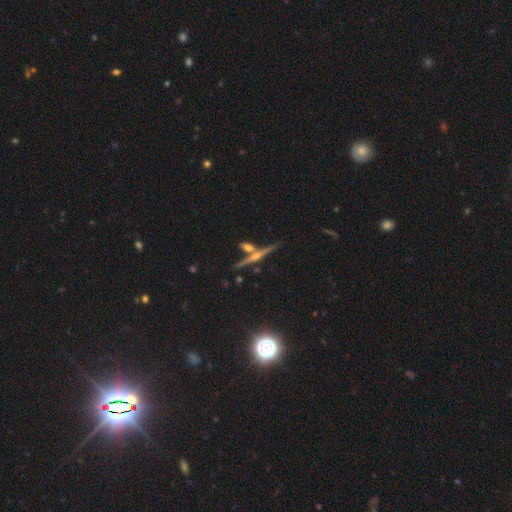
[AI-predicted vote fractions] Q: Smooth or featured?
A: featured or disk (77%); runner-up: smooth (13%)
Q: Edge-on disk?
A: yes (97%); runner-up: no (3%)
Q: Edge-on bulge?
A: rounded (86%); runner-up: none (8%)
Q: Merging?
A: none (74%); runner-up: merger (15%)